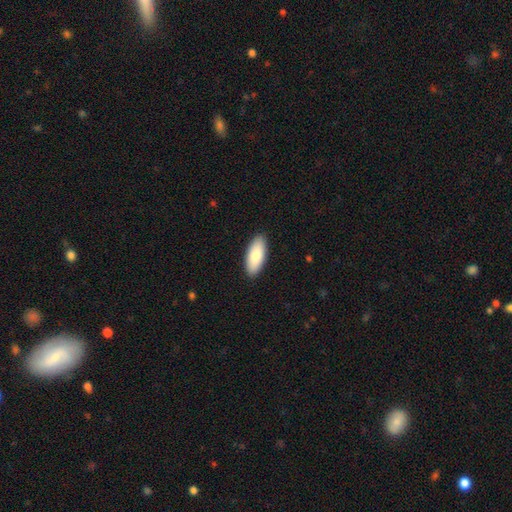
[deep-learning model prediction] Morphology: type=smooth (83%); roundness=in between (84%); merging=none (90%).